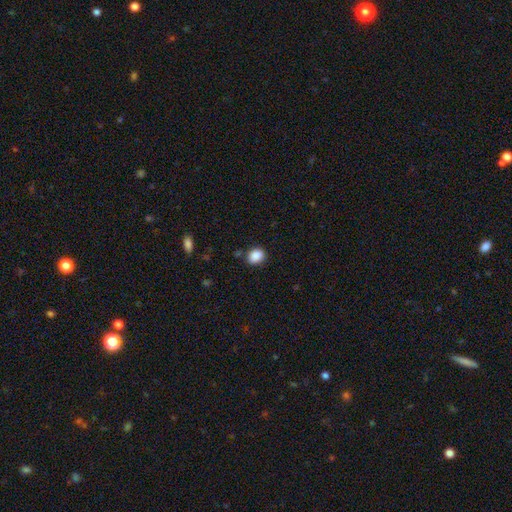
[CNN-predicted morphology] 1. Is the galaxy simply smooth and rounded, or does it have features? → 88% smooth, 9% star or artifact, 3% featured or disk.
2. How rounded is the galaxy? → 55% in between, 44% round, 1% cigar-shaped.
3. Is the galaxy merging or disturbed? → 80% none, 14% minor disturbance, 3% major disturbance, 3% merger.